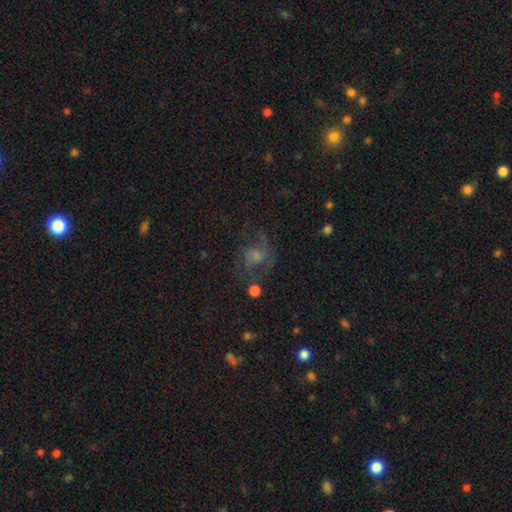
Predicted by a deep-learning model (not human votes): Smooth or featured? featured or disk (50%)
Merging? none (49%)